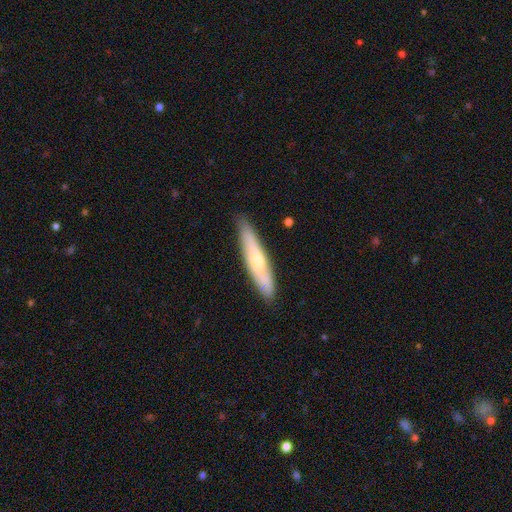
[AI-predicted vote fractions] smooth_or_featured: featured or disk (p=0.49) [alt: smooth p=0.45]
merging: none (p=0.86) [alt: minor disturbance p=0.11]